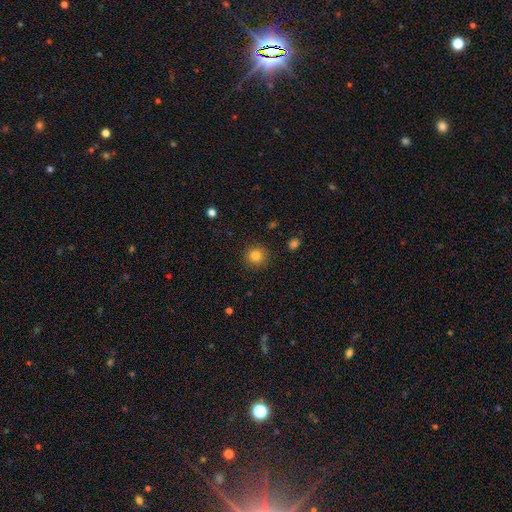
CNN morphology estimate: smooth_or_featured: smooth (p=0.84) [alt: star or artifact p=0.11]
how_rounded: round (p=0.93) [alt: in between p=0.06]
merging: none (p=0.90) [alt: minor disturbance p=0.06]